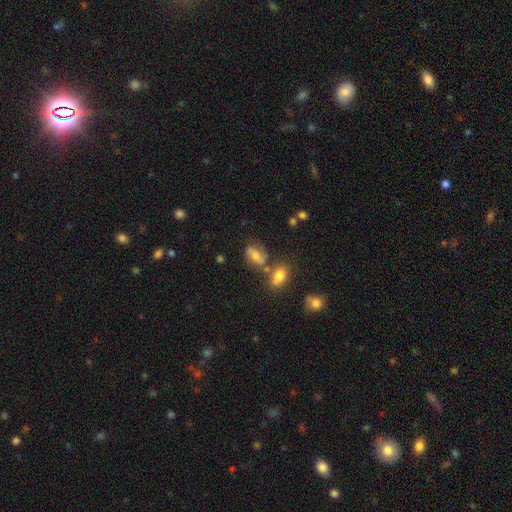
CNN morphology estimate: A smooth galaxy with no disk features (50%) that is in between round and cigar-shaped (75%).

Vote fractions:
- Smooth or featured? smooth: 50% / featured or disk: 38% / star or artifact: 12%
- How rounded? in between: 75% / round: 21% / cigar-shaped: 4%
- Merging? none: 56% / minor disturbance: 19% / merger: 17% / major disturbance: 8%